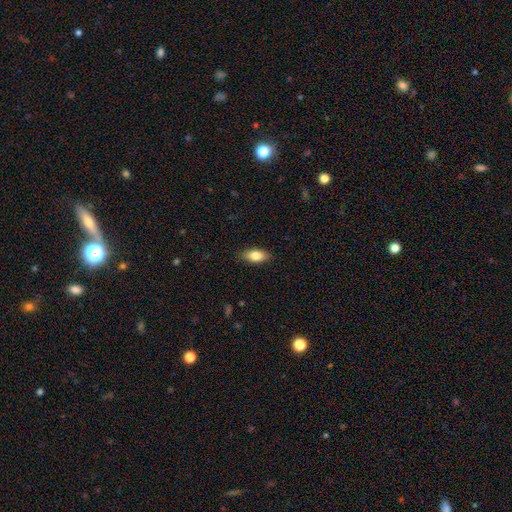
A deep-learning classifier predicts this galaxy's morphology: This is clearly a smooth galaxy (81%). How rounded: clearly in between (86%). Merging: clearly none (87%).